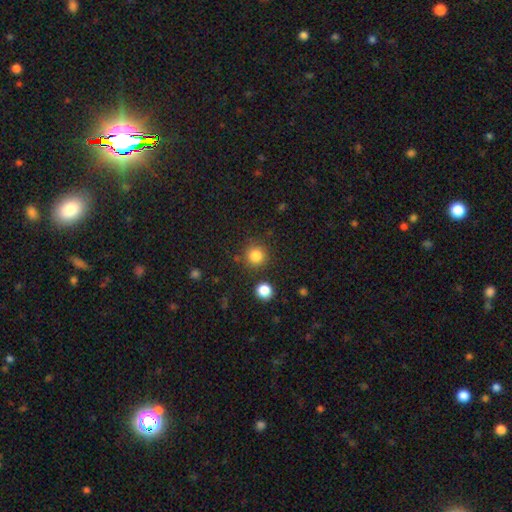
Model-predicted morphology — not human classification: Smooth or featured?
  - smooth: 84% *
  - star or artifact: 11%
  - featured or disk: 4%
How rounded?
  - round: 93% *
  - in between: 6%
  - cigar-shaped: 1%
Merging?
  - none: 84% *
  - minor disturbance: 8%
  - merger: 5%
  - major disturbance: 3%